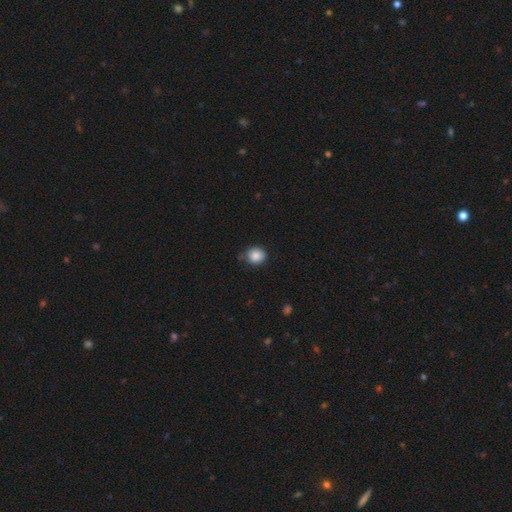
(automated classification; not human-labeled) A smooth galaxy with no disk features (86%) that is round (85%).

Vote fractions:
- Smooth or featured? smooth: 86% / star or artifact: 9% / featured or disk: 5%
- How rounded? round: 85% / in between: 14% / cigar-shaped: 1%
- Merging? none: 73% / minor disturbance: 21% / major disturbance: 3% / merger: 2%